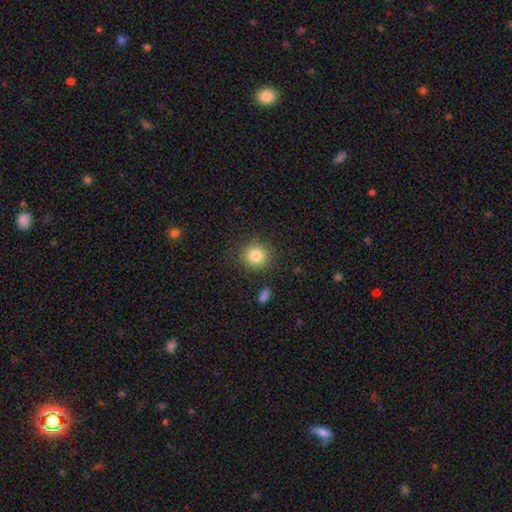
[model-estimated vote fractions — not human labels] Smooth or featured? Predicted: smooth (p=0.83). How rounded? Predicted: round (p=0.87). Merging? Predicted: none (p=0.85).